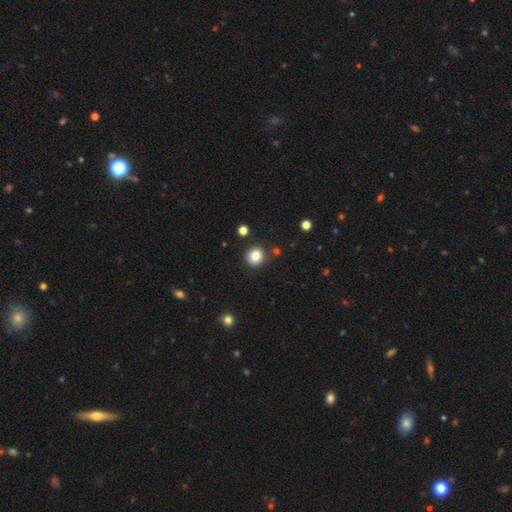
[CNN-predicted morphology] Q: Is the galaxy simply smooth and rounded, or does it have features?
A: smooth — 84%.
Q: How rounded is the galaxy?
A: round — 87%.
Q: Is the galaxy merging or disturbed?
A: none — 88%.